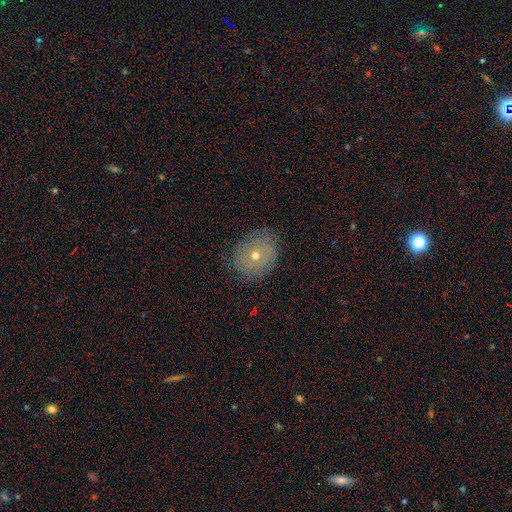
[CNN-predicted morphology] Smooth or featured? featured or disk (46%)
Merging? none (81%)